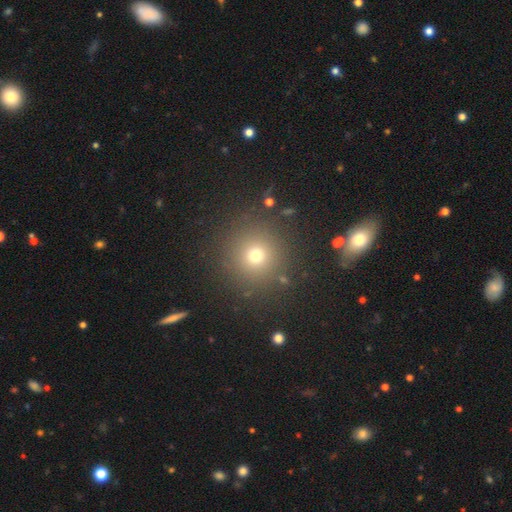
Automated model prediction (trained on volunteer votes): Morphology: type=smooth (71%); roundness=round (94%); merging=none (87%).